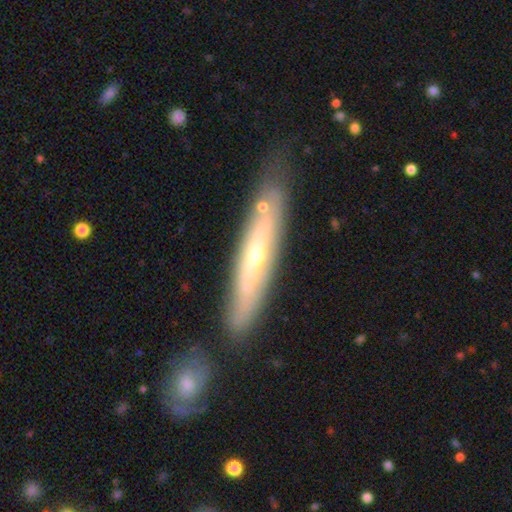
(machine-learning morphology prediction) Smooth or featured?
  - featured or disk: 67% *
  - smooth: 27%
  - star or artifact: 6%
Edge-on disk?
  - yes: 69% *
  - no: 31%
Merging?
  - none: 76% *
  - minor disturbance: 14%
  - merger: 6%
  - major disturbance: 4%